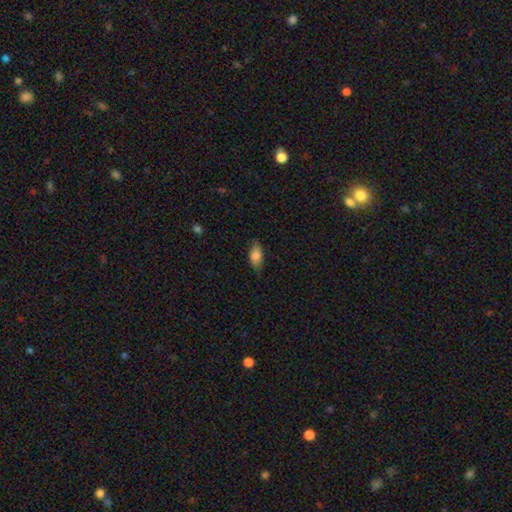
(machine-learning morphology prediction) Smooth or featured? Predicted: smooth (p=0.81). How rounded? Predicted: in between (p=0.88). Merging? Predicted: none (p=0.74).